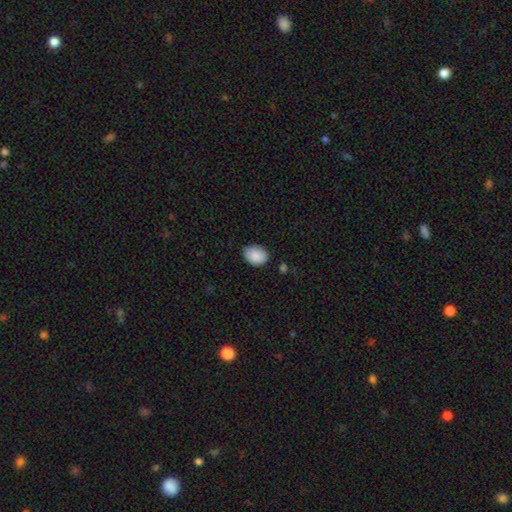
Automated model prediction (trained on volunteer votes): Morphology: type=smooth (89%); roundness=in between (74%); merging=none (81%).